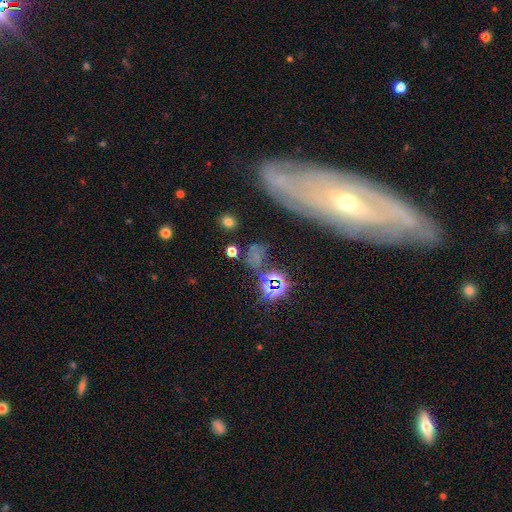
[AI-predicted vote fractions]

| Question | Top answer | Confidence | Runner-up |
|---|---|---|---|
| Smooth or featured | smooth | 42% | star or artifact (40%) |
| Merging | none | 64% | minor disturbance (16%) |